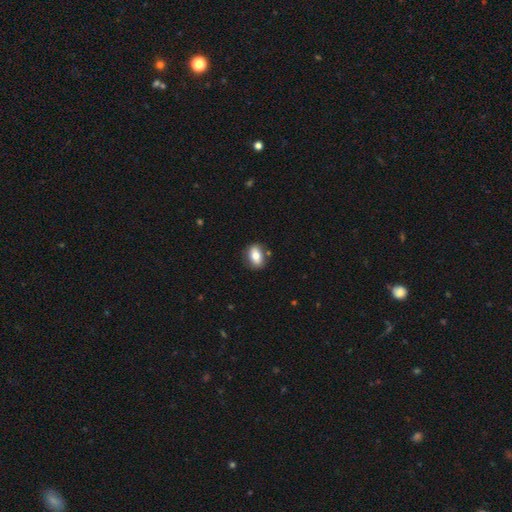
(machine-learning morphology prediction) Smooth or featured? Predicted: smooth (p=0.75). How rounded? Predicted: in between (p=0.78). Merging? Predicted: none (p=0.81).